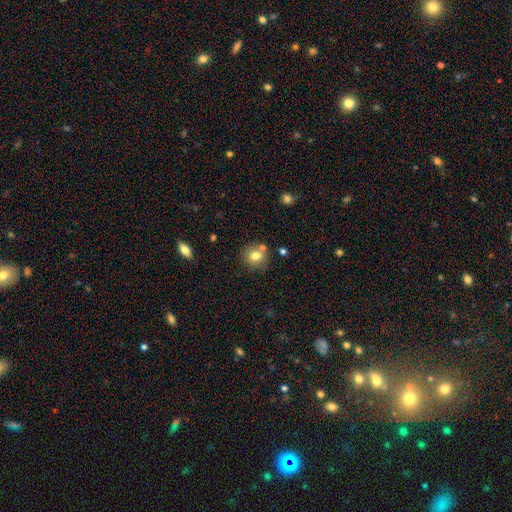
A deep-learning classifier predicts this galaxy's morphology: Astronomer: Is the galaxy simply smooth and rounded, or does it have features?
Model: smooth — 77%.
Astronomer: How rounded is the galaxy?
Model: round — 86%.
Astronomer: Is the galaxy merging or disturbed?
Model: none — 72%.